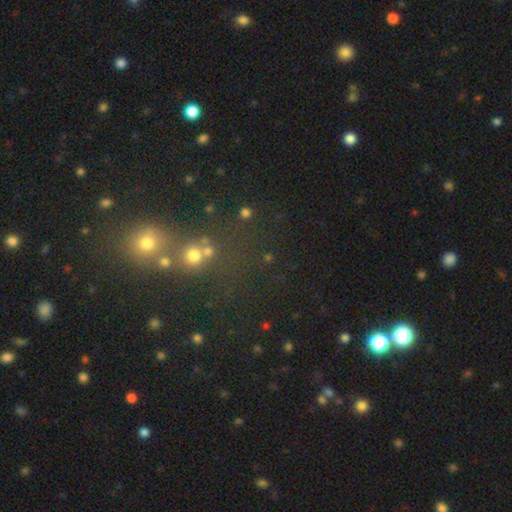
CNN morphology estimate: Overall: star or artifact (52%; smooth 37%).